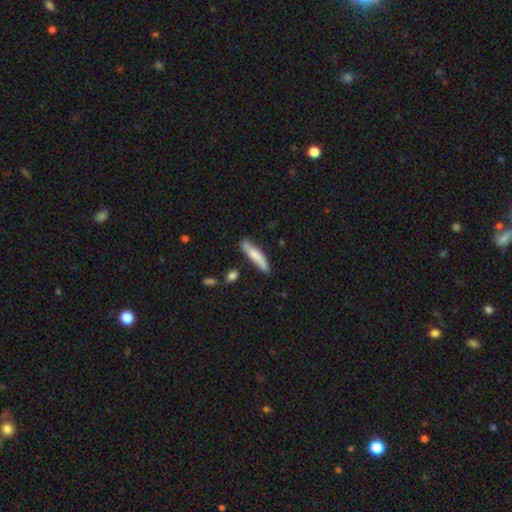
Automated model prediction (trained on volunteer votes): The model was most divided on "smooth or featured": smooth: 74%, featured or disk: 20%, star or artifact: 5%. More confident: how rounded — cigar-shaped (82%); merging — none (74%).